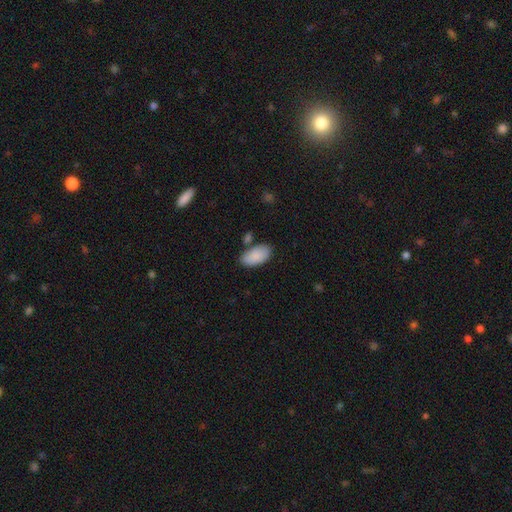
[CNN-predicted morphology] This appears to be a smooth galaxy with no disk features (88%) that is in between round and cigar-shaped (95%). Merging: none (72%).